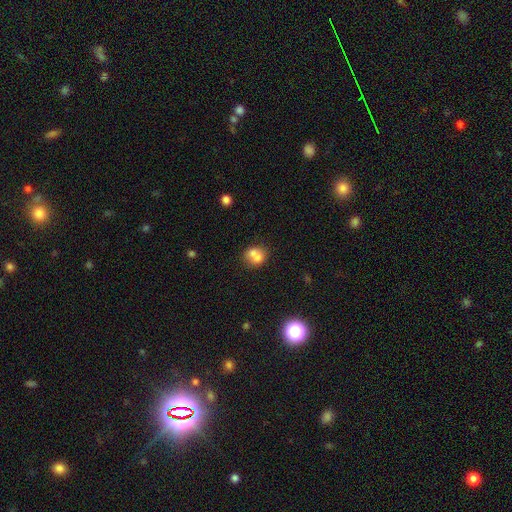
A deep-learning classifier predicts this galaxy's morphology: Smooth or featured? Predicted: smooth (p=0.69). How rounded? Predicted: round (p=0.69). Merging? Predicted: merger (p=0.59).